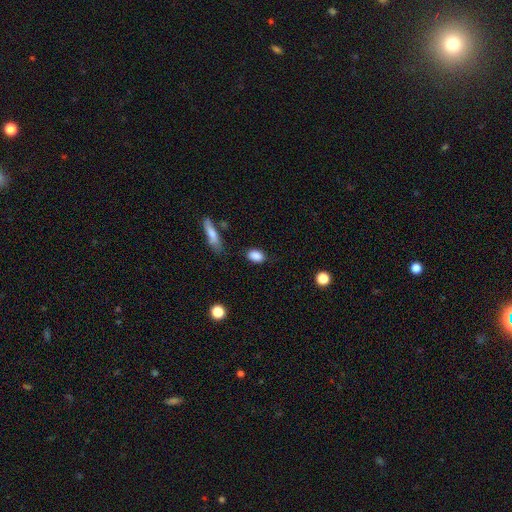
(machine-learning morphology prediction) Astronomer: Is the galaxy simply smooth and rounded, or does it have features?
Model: smooth — 87%.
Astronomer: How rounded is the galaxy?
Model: in between — 81%.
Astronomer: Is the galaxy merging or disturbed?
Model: none — 80%.